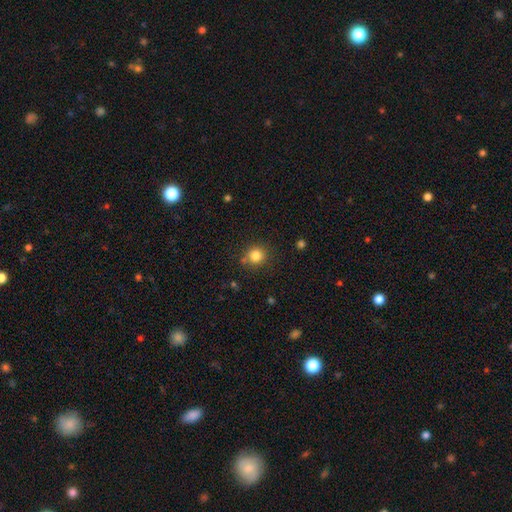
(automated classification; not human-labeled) A smooth galaxy with no disk features (82%) that is round (91%).

Vote fractions:
- Smooth or featured? smooth: 82% / star or artifact: 12% / featured or disk: 6%
- How rounded? round: 91% / in between: 8% / cigar-shaped: 1%
- Merging? none: 81% / minor disturbance: 10% / merger: 5% / major disturbance: 3%